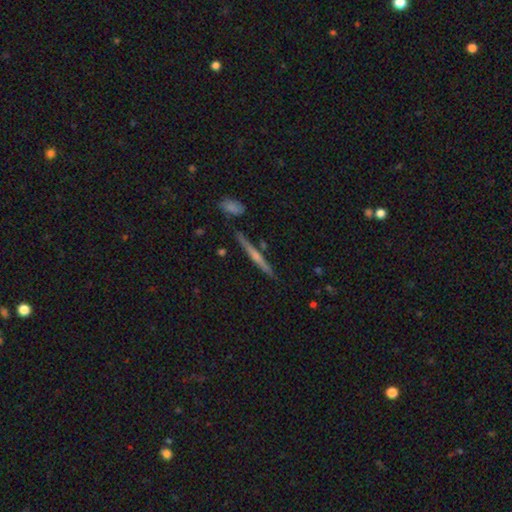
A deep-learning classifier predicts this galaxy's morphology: Overall: featured or disk (59%; smooth 34%). Edge-on disk: yes (97%). Edge-on bulge: rounded (52%; none 41%). Merging: none (86%).